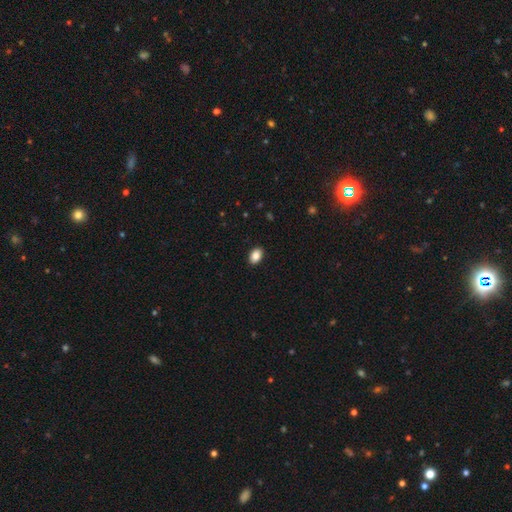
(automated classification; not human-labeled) Overall: smooth (87%). How rounded: in between (85%). Merging: none (90%).